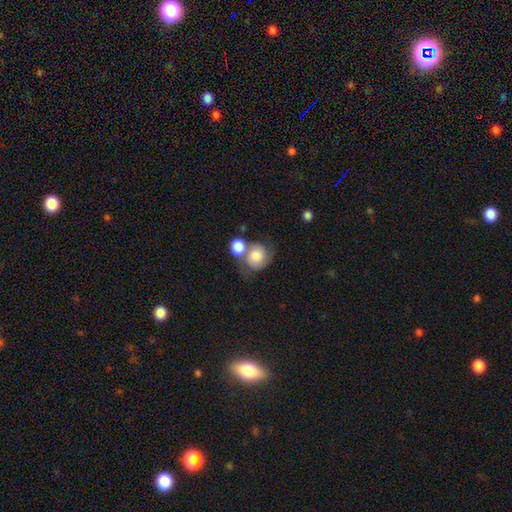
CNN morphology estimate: smooth 70%, featured or disk 23%, star or artifact 7%. Down the decision tree: how rounded — round (71%); merging — merger (45%).